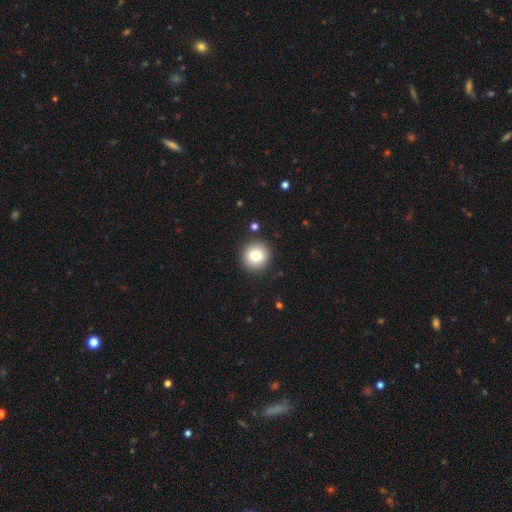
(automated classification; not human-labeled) Smooth or featured? Predicted: smooth (p=0.80). How rounded? Predicted: round (p=0.94). Merging? Predicted: none (p=0.91).